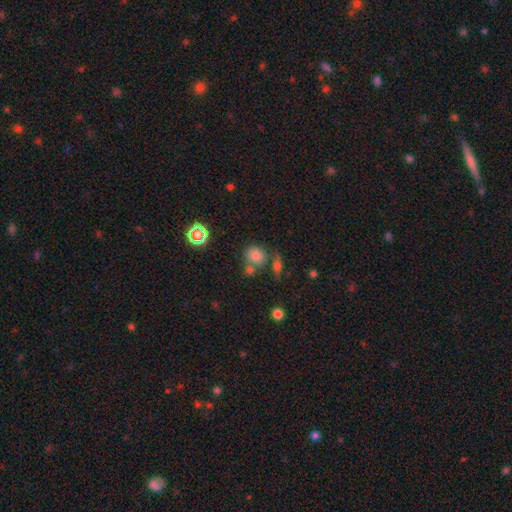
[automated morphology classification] Overall: smooth (75%). How rounded: round (78%). Merging: none (59%; merger 23%).